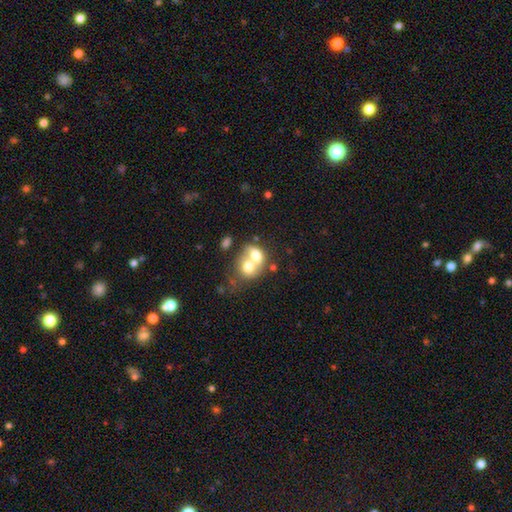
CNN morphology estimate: smooth_or_featured: smooth (p=0.68) [alt: featured or disk p=0.24]
how_rounded: in between (p=0.57) [alt: round p=0.42]
merging: merger (p=0.73) [alt: none p=0.16]